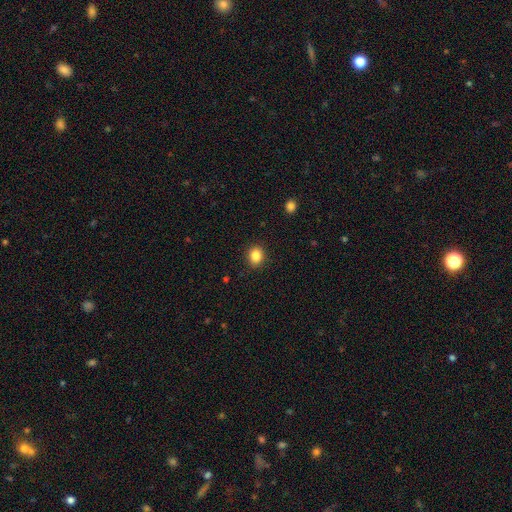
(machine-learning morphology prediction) This appears to be a smooth galaxy with no disk features (86%) that is round (72%). Merging: none (91%).